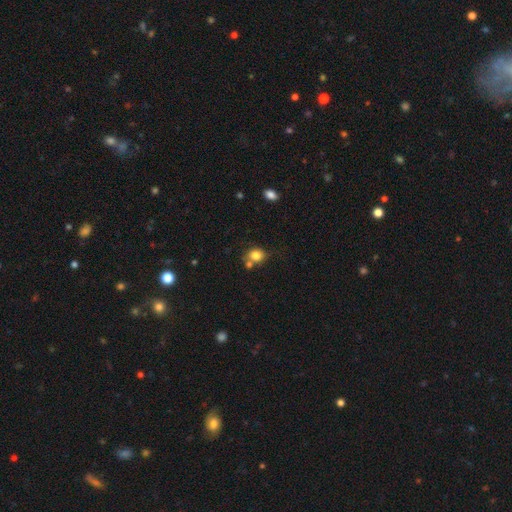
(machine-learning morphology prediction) This appears to be a smooth galaxy with no disk features (80%) that is round (67%). Merging: none (53%).